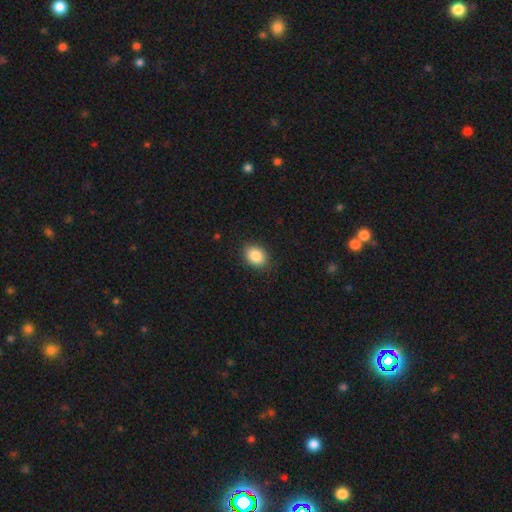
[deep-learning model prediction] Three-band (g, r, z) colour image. It shows a smooth galaxy with no disk features (87%) that is in between round and cigar-shaped (70%). Merging: none (87%).